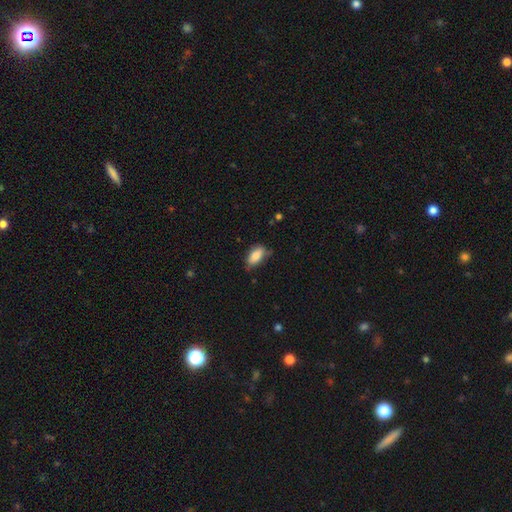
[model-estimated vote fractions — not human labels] Smooth or featured?
  - smooth: 81% *
  - featured or disk: 12%
  - star or artifact: 7%
How rounded?
  - in between: 88% *
  - cigar-shaped: 9%
  - round: 3%
Merging?
  - none: 64% *
  - minor disturbance: 29%
  - major disturbance: 5%
  - merger: 2%